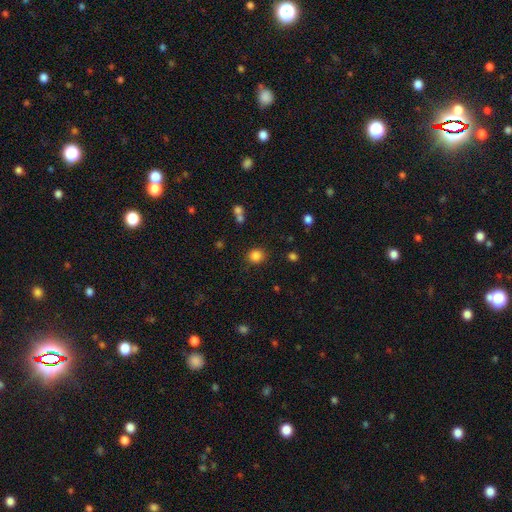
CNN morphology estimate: This appears to be a smooth galaxy with no disk features (84%) that is round (85%). Merging: none (86%).